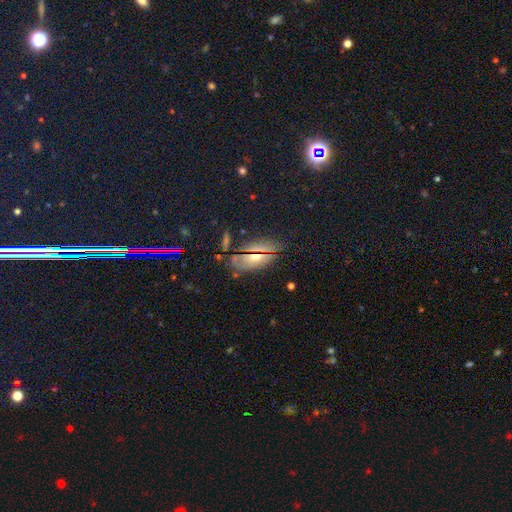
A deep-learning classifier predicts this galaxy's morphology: smooth_or_featured: smooth (p=0.58) [alt: star or artifact p=0.24]
how_rounded: in between (p=0.86) [alt: round p=0.08]
merging: none (p=0.77) [alt: minor disturbance p=0.15]